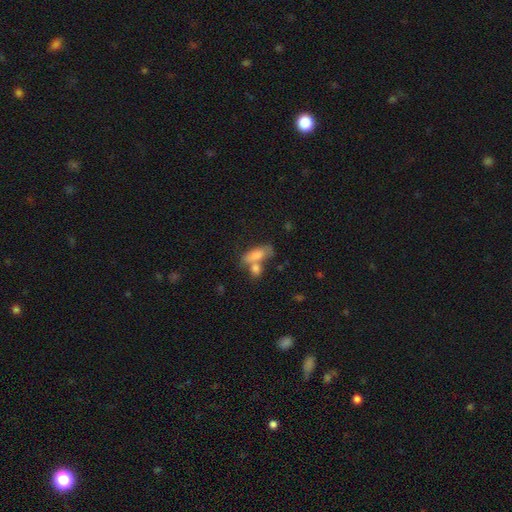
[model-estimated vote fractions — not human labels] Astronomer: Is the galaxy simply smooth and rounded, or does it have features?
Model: smooth — 73%.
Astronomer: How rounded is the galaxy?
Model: in between — 69%.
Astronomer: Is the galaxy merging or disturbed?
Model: merger — 41% (runner-up: none, 36%).